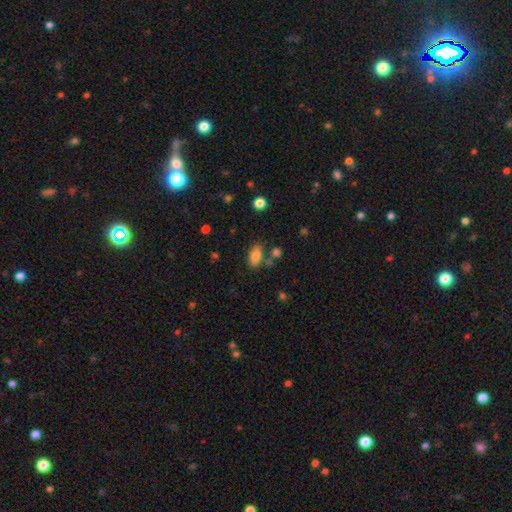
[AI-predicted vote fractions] Overall: smooth (83%). How rounded: in between (89%). Merging: none (74%).